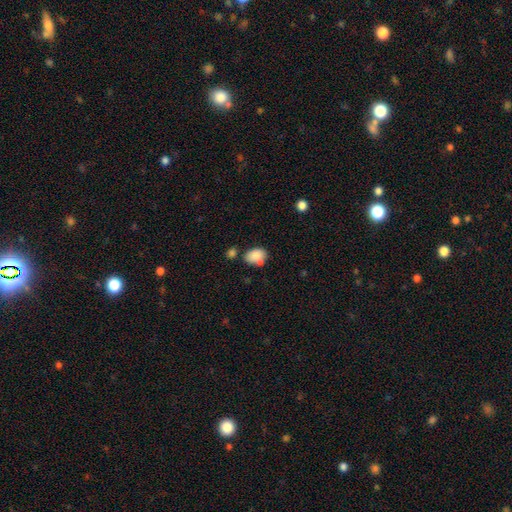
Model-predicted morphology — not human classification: This appears to be a smooth galaxy with no disk features (84%) that is in between round and cigar-shaped (74%). Merging: none (54%).